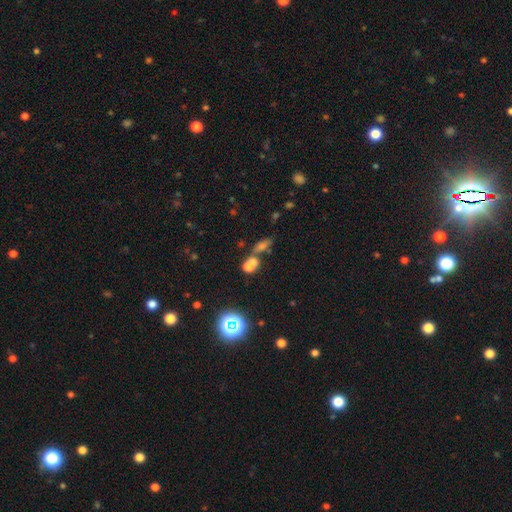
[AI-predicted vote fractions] This is possibly a star or artifact rather than a galaxy (49%).